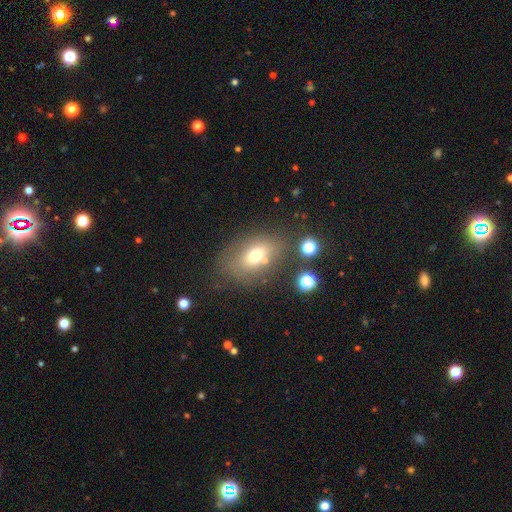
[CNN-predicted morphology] smooth 67%, featured or disk 19%, star or artifact 14%. Down the decision tree: how rounded — in between (73%); merging — none (61%).